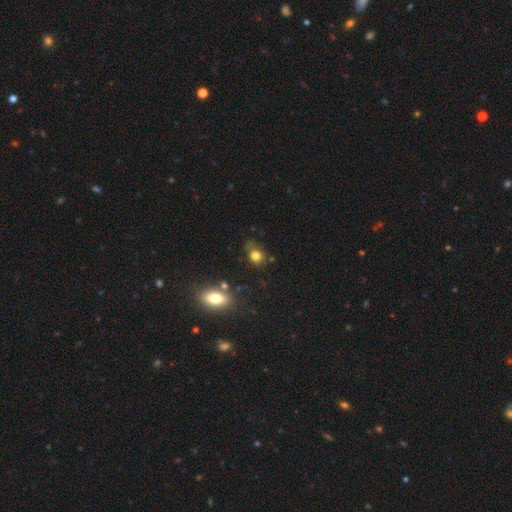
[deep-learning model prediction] The model was most divided on "how rounded": round: 56%, in between: 43%, cigar-shaped: 2%. More confident: smooth or featured — smooth (78%); merging — none (50%).